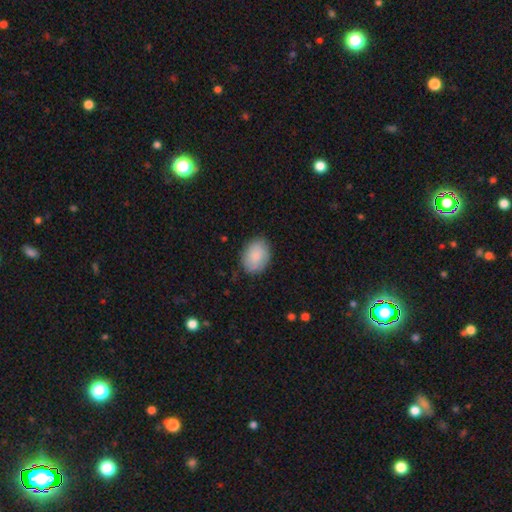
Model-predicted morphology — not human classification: Overall: smooth (83%). How rounded: in between (77%). Merging: none (82%).